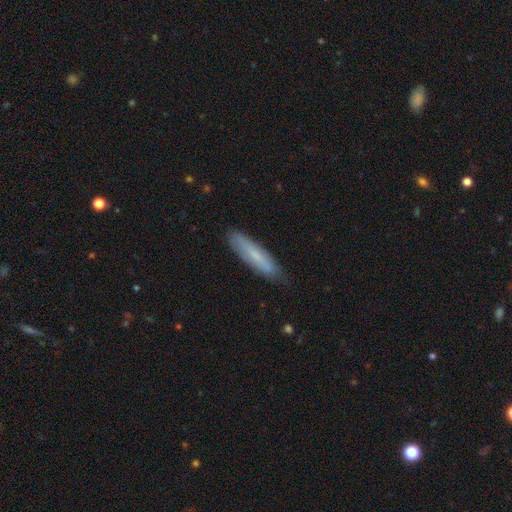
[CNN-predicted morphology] Smooth or featured? smooth (66%)
How rounded? cigar-shaped (79%)
Merging? none (82%)